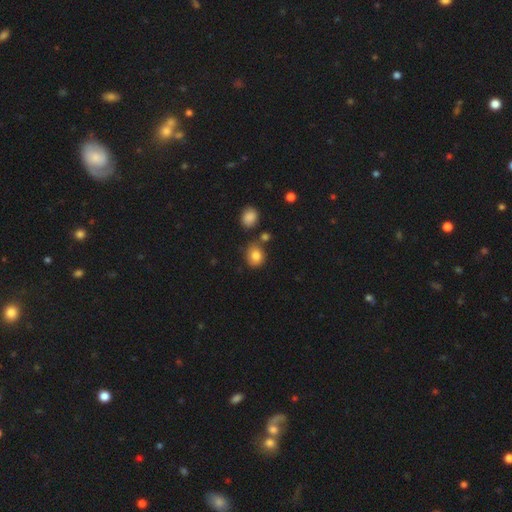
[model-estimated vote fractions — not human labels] A smooth galaxy with no disk features (82%) that is round (68%).

Vote fractions:
- Smooth or featured? smooth: 82% / star or artifact: 10% / featured or disk: 8%
- How rounded? round: 68% / in between: 31% / cigar-shaped: 1%
- Merging? none: 67% / minor disturbance: 18% / merger: 10% / major disturbance: 5%